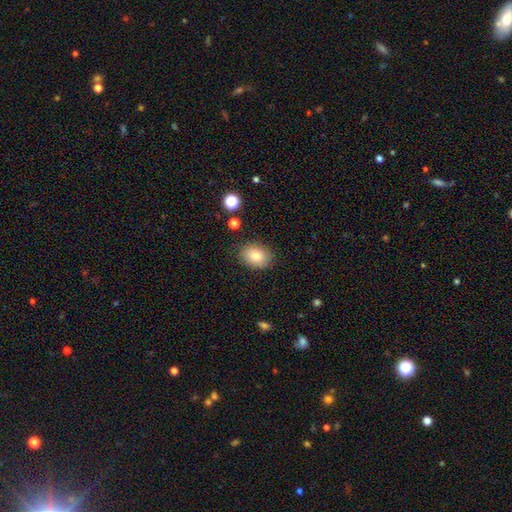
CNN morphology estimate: This is clearly a smooth galaxy (80%). How rounded: likely in between (62%). Merging: clearly none (82%).